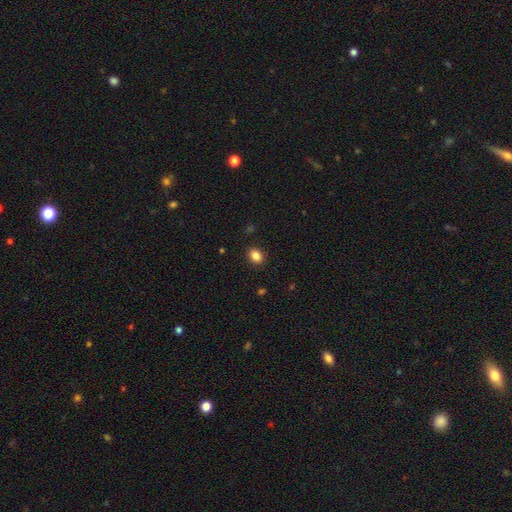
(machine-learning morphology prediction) smooth-or-featured: smooth: 85% | star or artifact: 10% | featured or disk: 5%
  how-rounded: in between: 59% | round: 40% | cigar-shaped: 1%
  merging: none: 89% | minor disturbance: 8% | major disturbance: 2% | merger: 1%